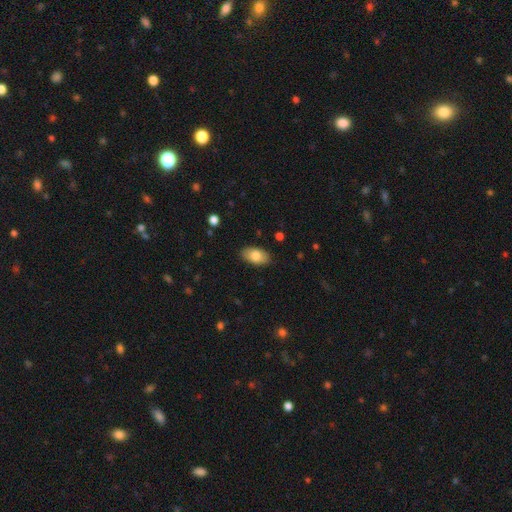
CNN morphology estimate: This appears to be a smooth galaxy with no disk features (81%) that is in between round and cigar-shaped (94%). Merging: none (85%).